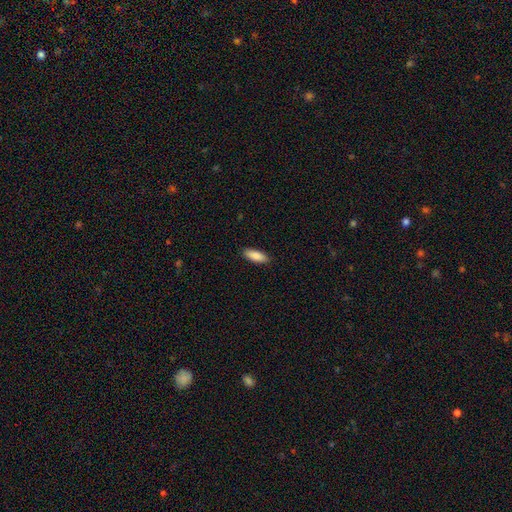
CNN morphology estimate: A smooth galaxy with no disk features (88%) that is in between round and cigar-shaped (71%). Merging: none (90%).